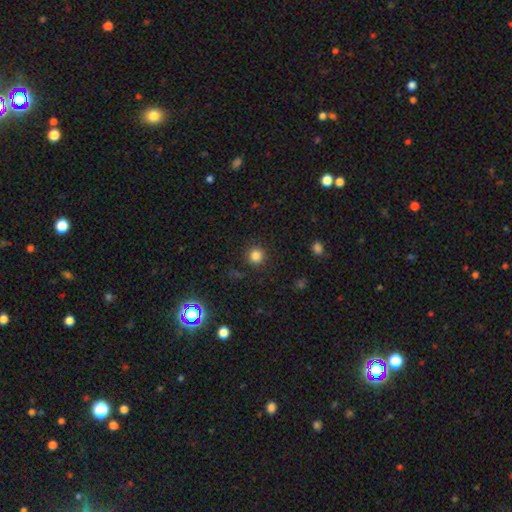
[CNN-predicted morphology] smooth 82%, star or artifact 13%, featured or disk 4%. Down the decision tree: how rounded — round (94%); merging — none (90%).